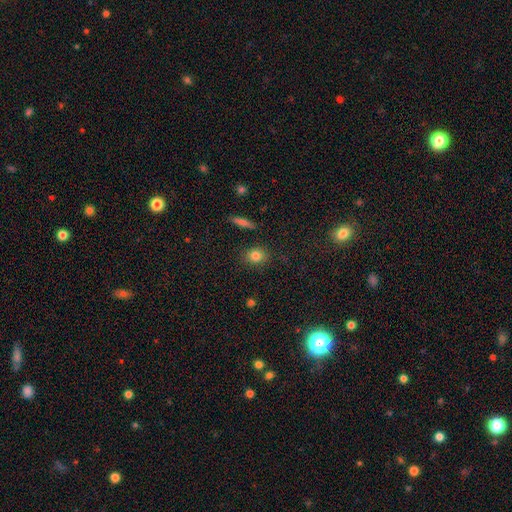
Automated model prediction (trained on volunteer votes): A smooth galaxy with no disk features (82%) that is round (52%). Merging: none (85%).